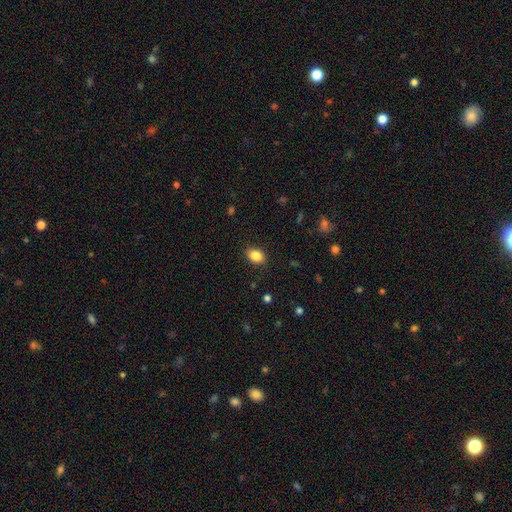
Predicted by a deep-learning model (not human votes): Smooth or featured? smooth (86%)
How rounded? in between (75%)
Merging? none (87%)